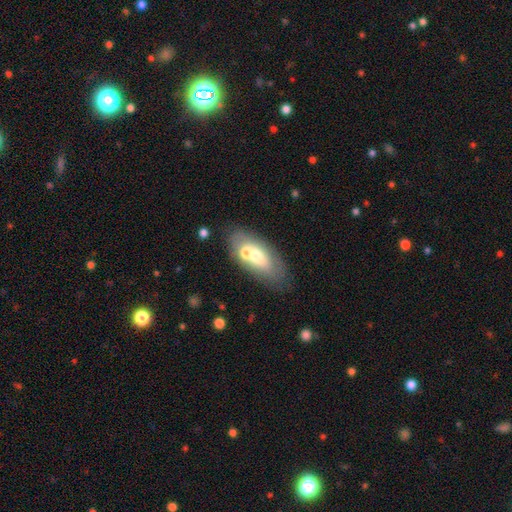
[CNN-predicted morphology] Smooth or featured: smooth — 58% (featured or disk — 34%)
How rounded: in between — 86% (cigar-shaped — 8%)
Merging: none — 49% (merger — 30%)